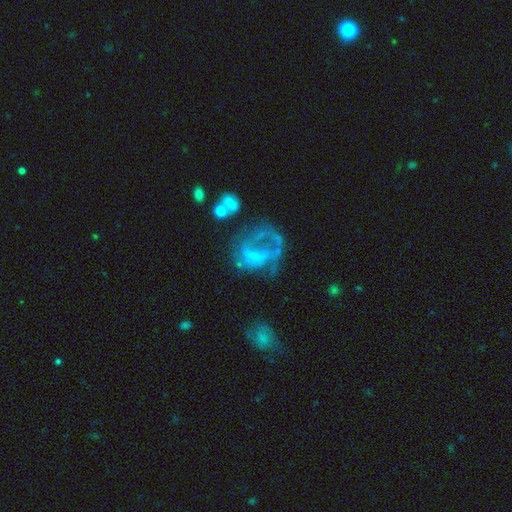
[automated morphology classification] smooth_or_featured: featured or disk (p=0.62) [alt: smooth p=0.24]
disk_edge_on: no (p=0.98) [alt: yes p=0.02]
bar: no (p=0.56) [alt: weak p=0.31]
has_spiral_arms: no (p=0.56) [alt: yes p=0.44]
bulge_size: none (p=0.60) [alt: small p=0.24]
merging: major disturbance (p=0.44) [alt: none p=0.32]